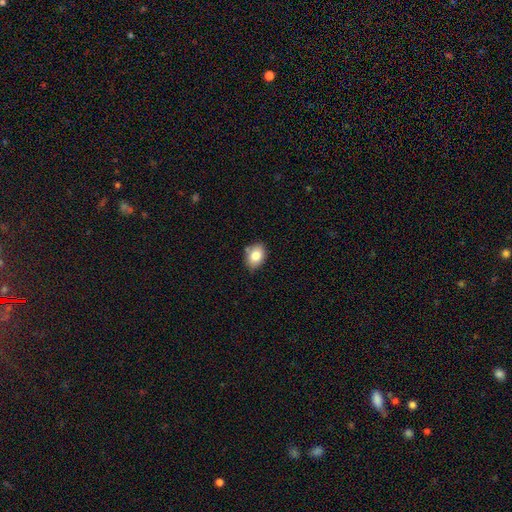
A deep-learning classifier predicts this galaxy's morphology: The model was most divided on "how rounded": in between: 74%, round: 25%, cigar-shaped: 1%. More confident: smooth or featured — smooth (81%); merging — none (75%).